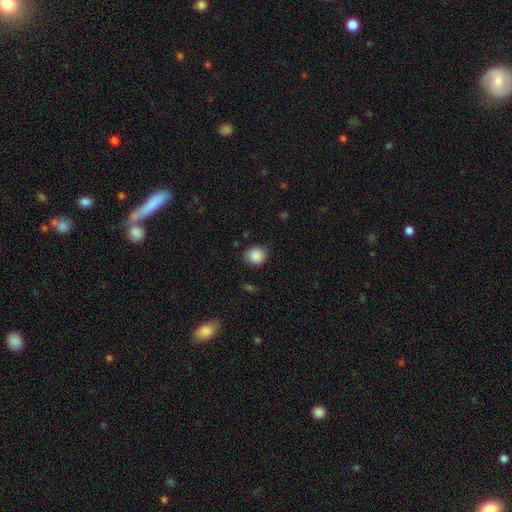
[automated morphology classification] A smooth galaxy with no disk features (88%) that is round (77%). Merging: none (78%).